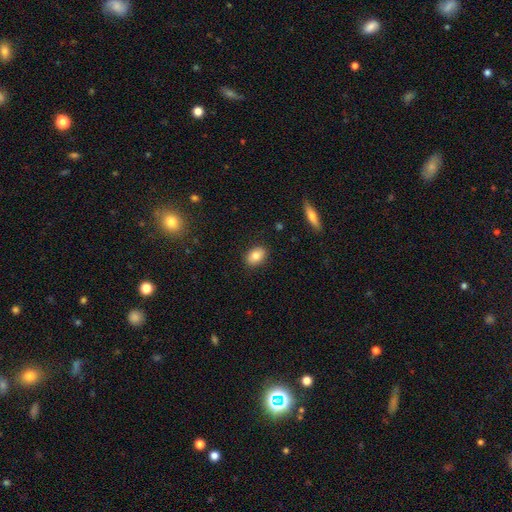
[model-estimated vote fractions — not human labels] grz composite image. It shows a smooth galaxy with no disk features (82%) that is in between round and cigar-shaped (79%). Merging: none (88%).